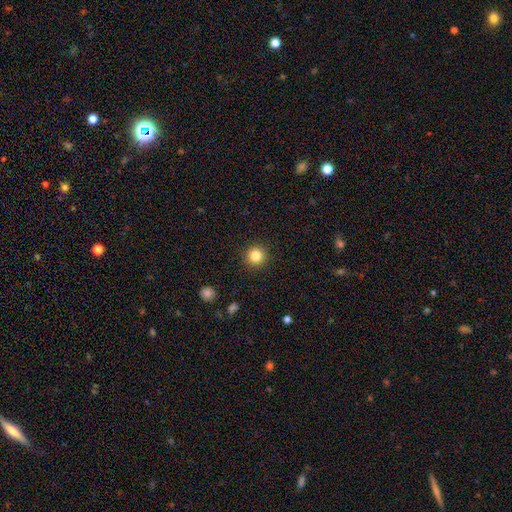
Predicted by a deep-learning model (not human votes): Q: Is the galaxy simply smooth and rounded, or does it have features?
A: smooth — 83%.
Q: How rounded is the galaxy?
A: round — 95%.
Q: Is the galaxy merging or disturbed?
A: none — 92%.